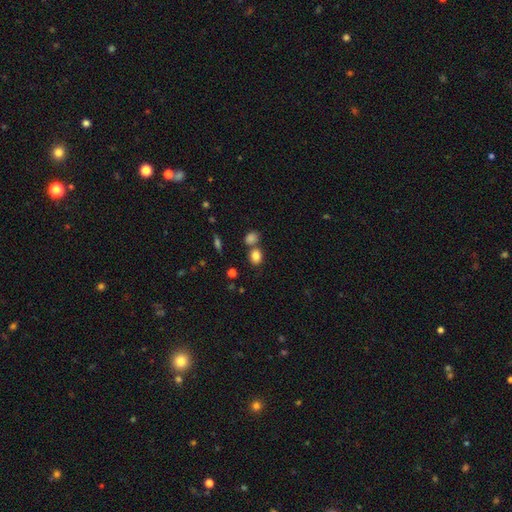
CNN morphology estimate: smooth_or_featured: smooth (p=0.82) [alt: star or artifact p=0.11]
how_rounded: round (p=0.50) [alt: in between p=0.49]
merging: none (p=0.62) [alt: merger p=0.22]